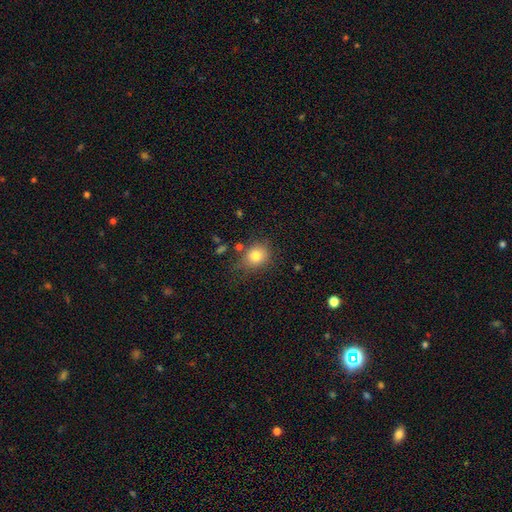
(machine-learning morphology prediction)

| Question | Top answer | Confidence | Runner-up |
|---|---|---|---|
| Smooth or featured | smooth | 80% | star or artifact (11%) |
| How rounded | round | 69% | in between (30%) |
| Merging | none | 69% | minor disturbance (20%) |